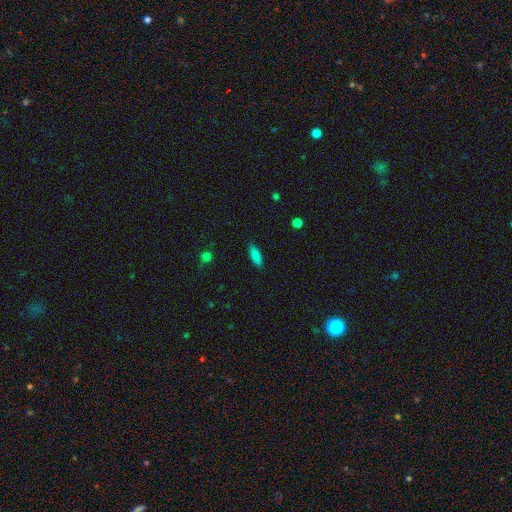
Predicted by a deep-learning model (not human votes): smooth-or-featured: smooth: 84% | star or artifact: 8% | featured or disk: 8%
  how-rounded: in between: 56% | cigar-shaped: 42% | round: 2%
  merging: none: 87% | minor disturbance: 10% | major disturbance: 2% | merger: 1%